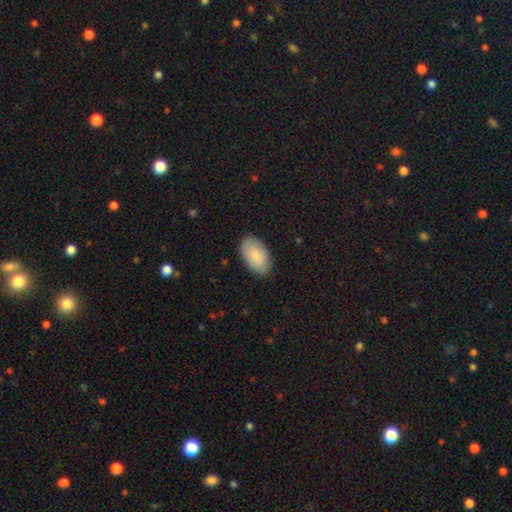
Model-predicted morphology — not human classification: Smooth or featured?
  - smooth: 87% *
  - featured or disk: 7%
  - star or artifact: 5%
How rounded?
  - in between: 95% *
  - round: 4%
  - cigar-shaped: 1%
Merging?
  - none: 86% *
  - minor disturbance: 11%
  - major disturbance: 2%
  - merger: 1%